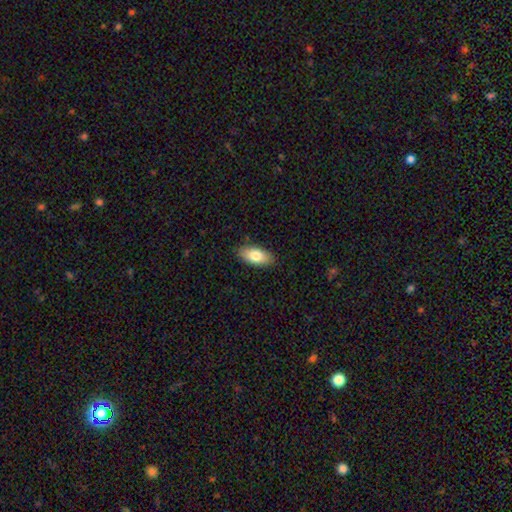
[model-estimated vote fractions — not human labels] A smooth galaxy with no disk features (79%) that is in between round and cigar-shaped (89%).

Vote fractions:
- Smooth or featured? smooth: 79% / featured or disk: 14% / star or artifact: 7%
- How rounded? in between: 89% / cigar-shaped: 7% / round: 3%
- Merging? none: 86% / minor disturbance: 11% / major disturbance: 2% / merger: 1%